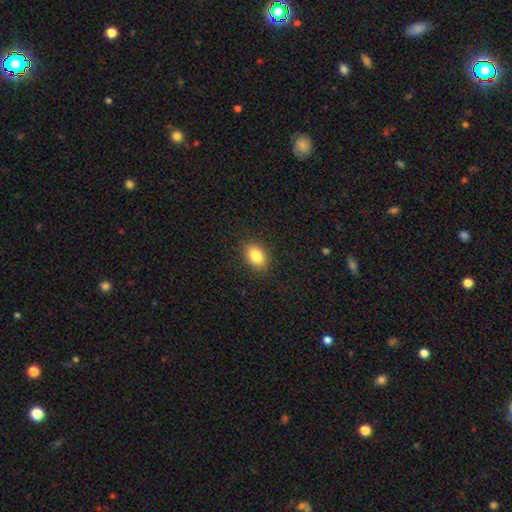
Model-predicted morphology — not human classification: This appears to be a smooth galaxy with no disk features (84%) that is in between round and cigar-shaped (78%). Merging: none (88%).